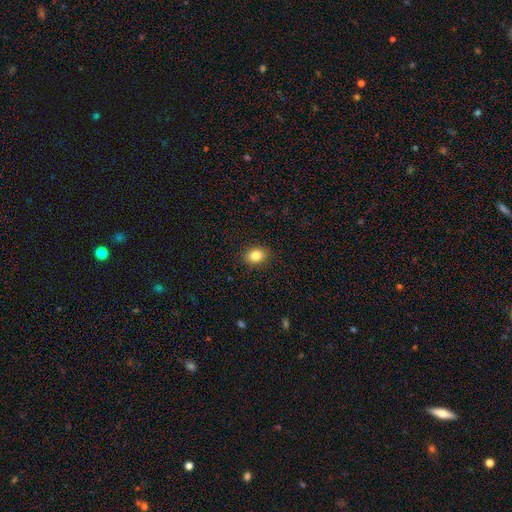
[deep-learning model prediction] Overall: smooth (85%). How rounded: in between (62%; round 37%). Merging: none (89%).